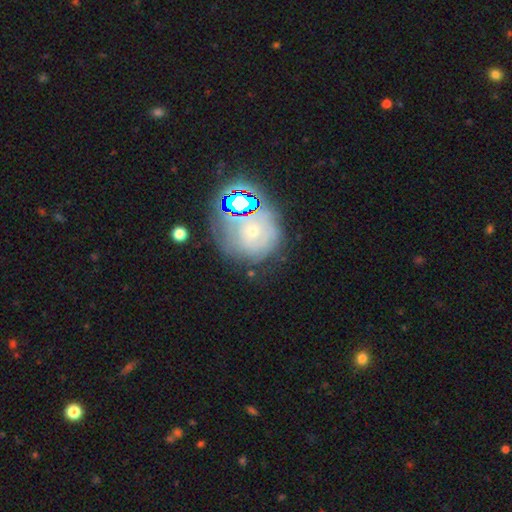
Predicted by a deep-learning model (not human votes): Morphology: type=featured or disk (39%); merging=none (63%).